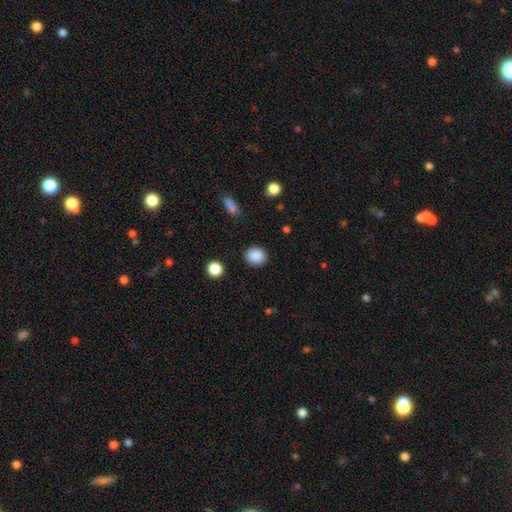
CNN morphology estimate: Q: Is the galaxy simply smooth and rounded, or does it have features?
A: smooth — 88%.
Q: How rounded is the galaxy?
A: round — 74%.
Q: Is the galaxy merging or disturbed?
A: none — 89%.